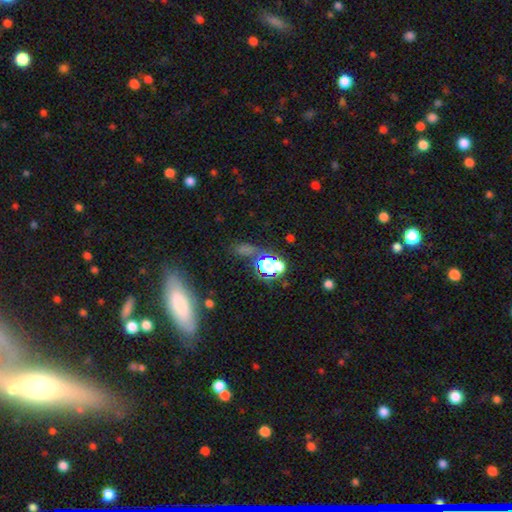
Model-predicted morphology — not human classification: This is marginally a smooth galaxy (38%). Merging: likely none (77%).